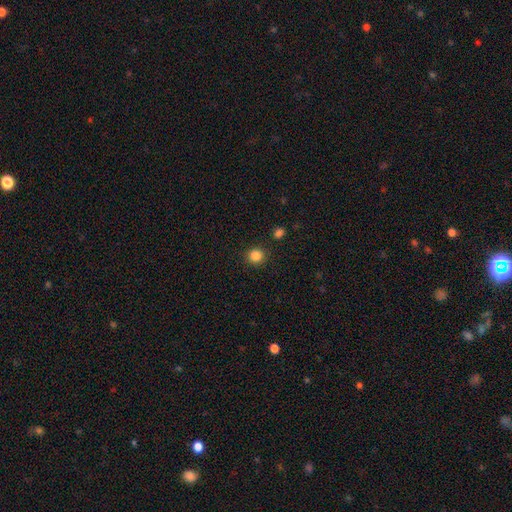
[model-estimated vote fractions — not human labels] A smooth galaxy with no disk features (85%) that is round (92%). Merging: none (90%).